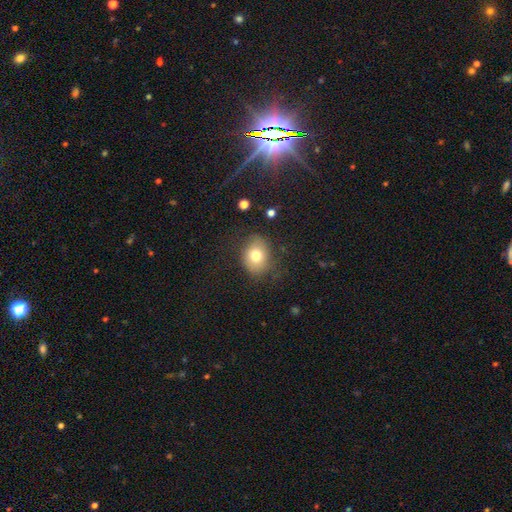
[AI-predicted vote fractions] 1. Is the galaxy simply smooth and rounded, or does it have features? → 75% smooth, 14% featured or disk, 10% star or artifact.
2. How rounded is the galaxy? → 52% in between, 47% round, 1% cigar-shaped.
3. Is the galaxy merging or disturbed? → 76% none, 17% minor disturbance, 6% major disturbance, 1% merger.